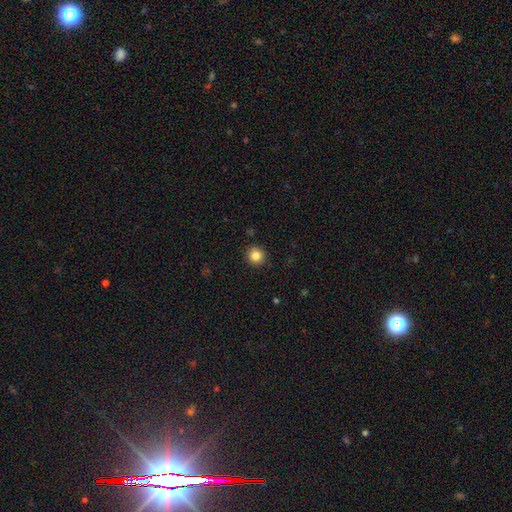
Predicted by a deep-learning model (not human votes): This appears to be a smooth galaxy with no disk features (84%) that is round (93%). Merging: none (92%).